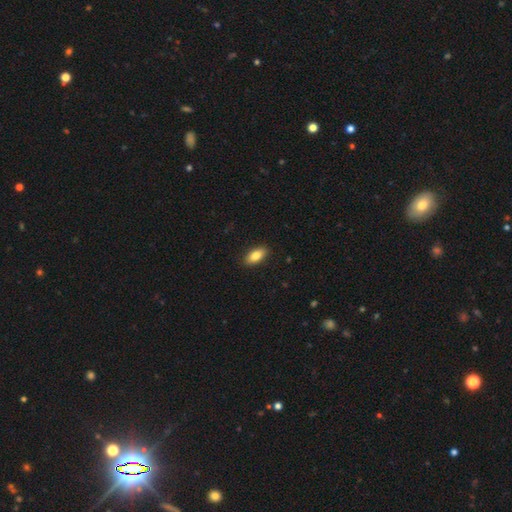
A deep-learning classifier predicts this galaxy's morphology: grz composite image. It shows a smooth galaxy with no disk features (83%) that is in between round and cigar-shaped (89%). Merging: none (89%).